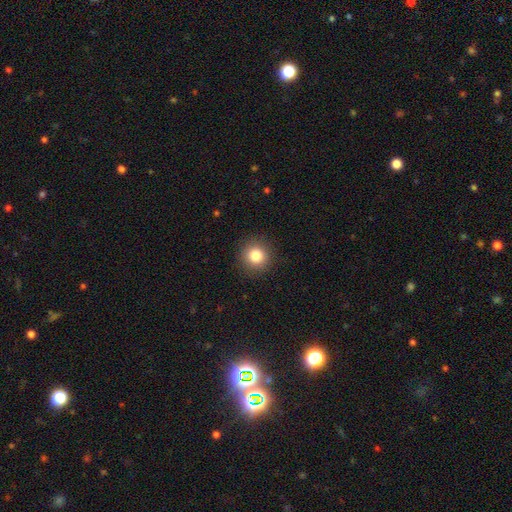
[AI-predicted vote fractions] Smooth or featured? smooth (83%)
How rounded? round (94%)
Merging? none (91%)